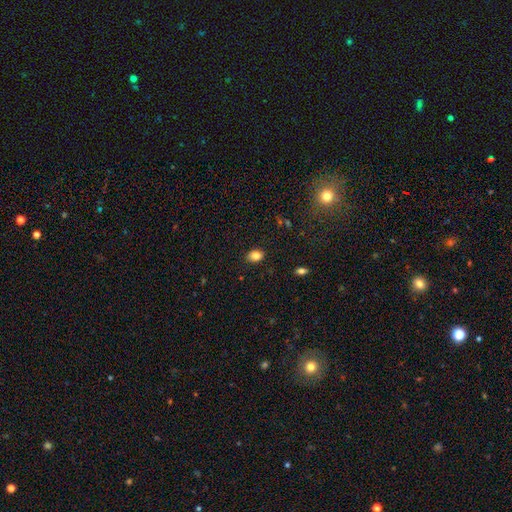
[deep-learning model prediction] Smooth or featured: smooth — 84% (star or artifact — 10%)
How rounded: in between — 71% (round — 28%)
Merging: none — 88% (minor disturbance — 9%)